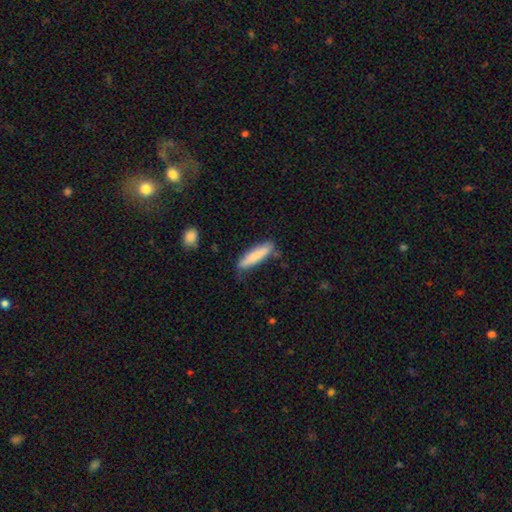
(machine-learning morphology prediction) smooth 81%, featured or disk 14%, star or artifact 5%. Down the decision tree: how rounded — cigar-shaped (79%); merging — none (73%).